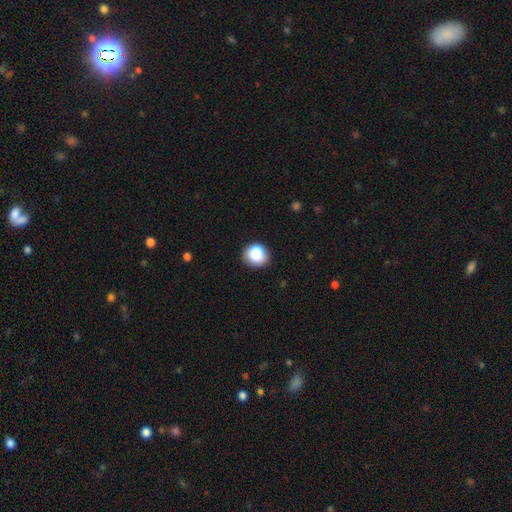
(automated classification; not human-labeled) A smooth galaxy with no disk features (82%) that is round (76%). Merging: none (79%).